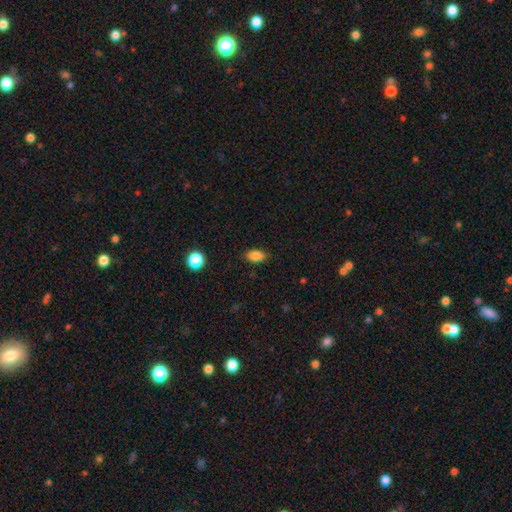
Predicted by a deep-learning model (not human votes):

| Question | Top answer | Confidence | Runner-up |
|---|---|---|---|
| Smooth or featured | smooth | 85% | star or artifact (10%) |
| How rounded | in between | 87% | round (10%) |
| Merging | none | 85% | minor disturbance (11%) |